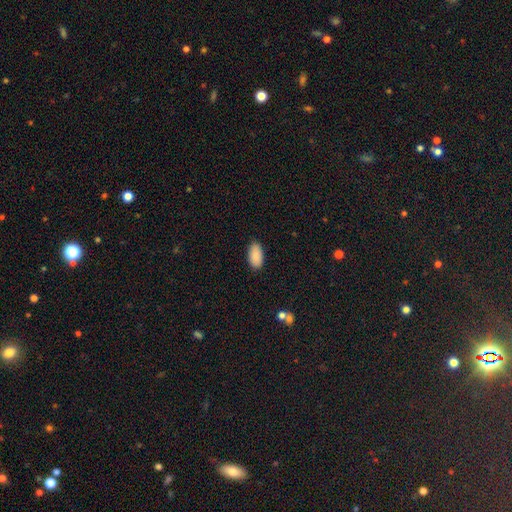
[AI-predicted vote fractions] smooth-or-featured: smooth: 90% | star or artifact: 7% | featured or disk: 3%
  how-rounded: in between: 95% | cigar-shaped: 3% | round: 2%
  merging: none: 87% | minor disturbance: 10% | major disturbance: 2% | merger: 1%